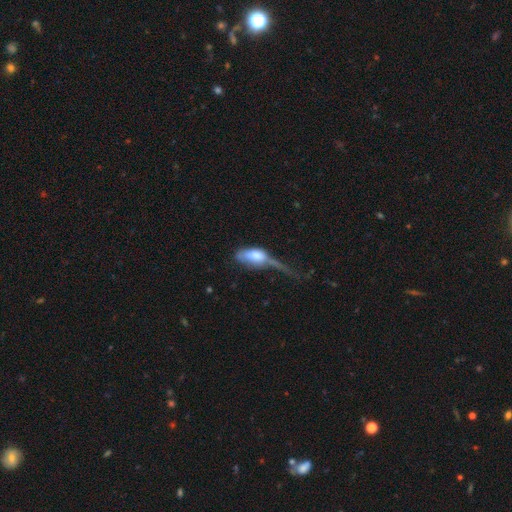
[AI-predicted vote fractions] Morphology: type=smooth (66%); roundness=in between (85%); merging=major disturbance (54%).